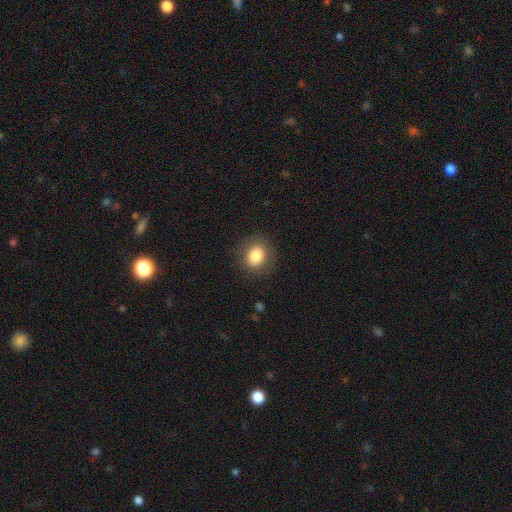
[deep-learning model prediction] Smooth or featured? smooth (83%)
How rounded? round (63%)
Merging? none (85%)